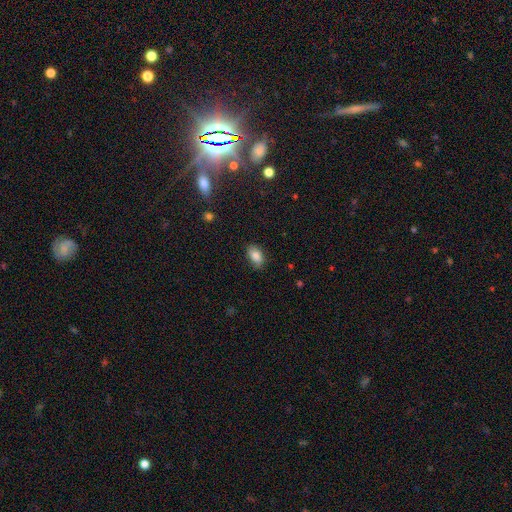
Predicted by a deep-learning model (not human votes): Smooth or featured? Predicted: smooth (p=0.83). How rounded? Predicted: in between (p=0.91). Merging? Predicted: none (p=0.77).